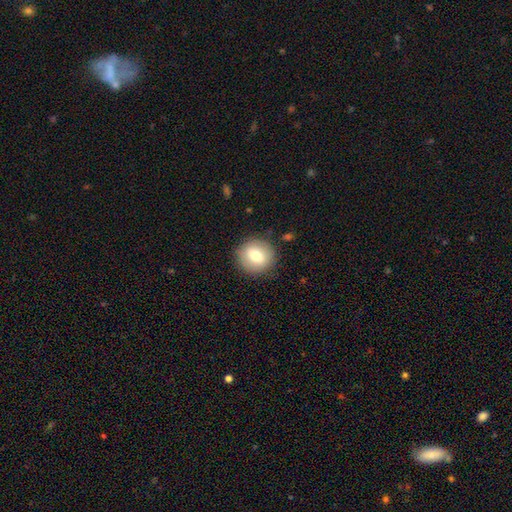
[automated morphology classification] Overall: smooth (73%). How rounded: round (88%). Merging: none (87%).